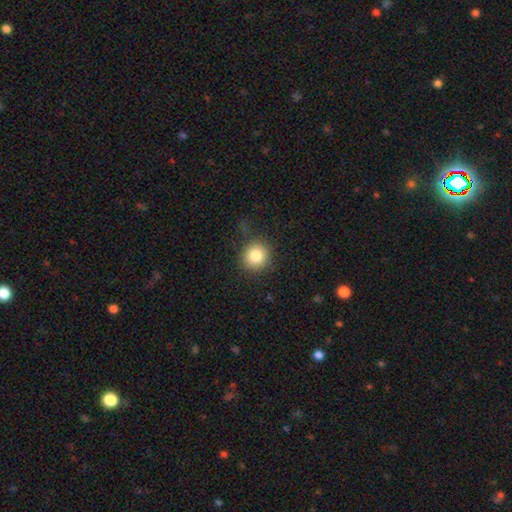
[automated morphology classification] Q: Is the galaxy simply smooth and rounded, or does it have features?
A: smooth — 83%.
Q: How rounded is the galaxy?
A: round — 90%.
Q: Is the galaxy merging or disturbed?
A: none — 82%.